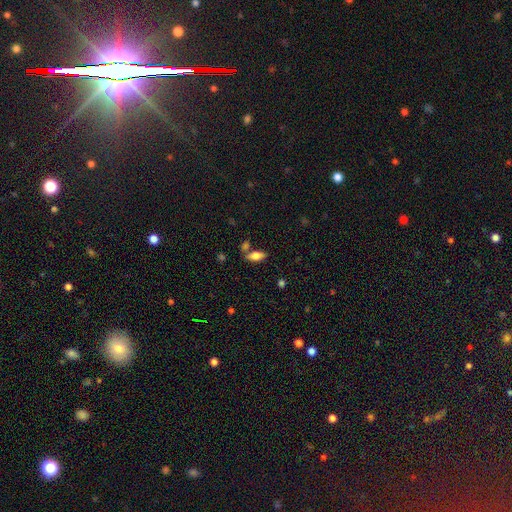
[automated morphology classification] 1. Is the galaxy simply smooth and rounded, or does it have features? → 74% smooth, 18% featured or disk, 8% star or artifact.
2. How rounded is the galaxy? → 83% in between, 14% cigar-shaped, 3% round.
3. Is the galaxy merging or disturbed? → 67% none, 16% merger, 13% minor disturbance, 4% major disturbance.